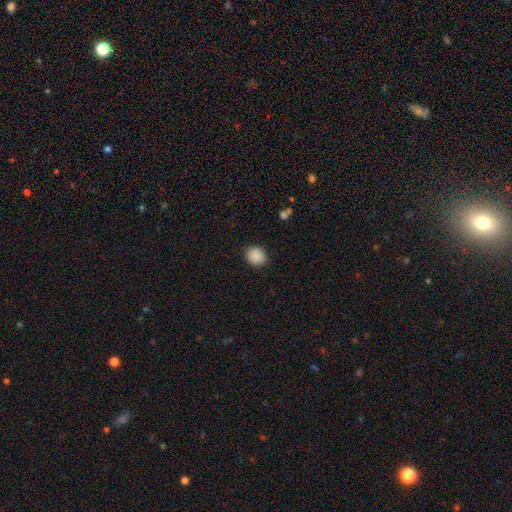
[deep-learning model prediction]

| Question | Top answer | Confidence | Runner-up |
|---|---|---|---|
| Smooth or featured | smooth | 89% | star or artifact (8%) |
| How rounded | round | 69% | in between (30%) |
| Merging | none | 88% | minor disturbance (9%) |